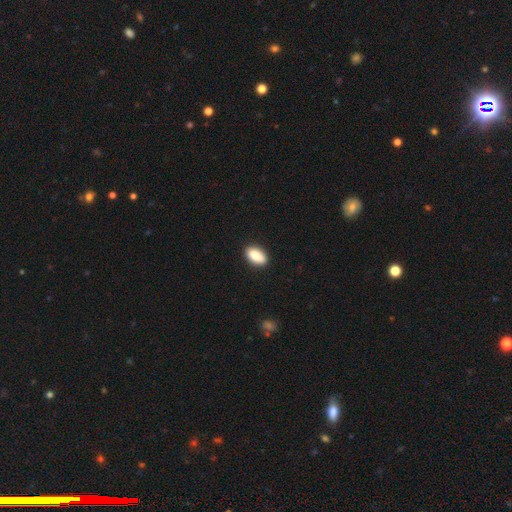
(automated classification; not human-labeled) Smooth or featured? smooth (86%)
How rounded? in between (91%)
Merging? none (87%)